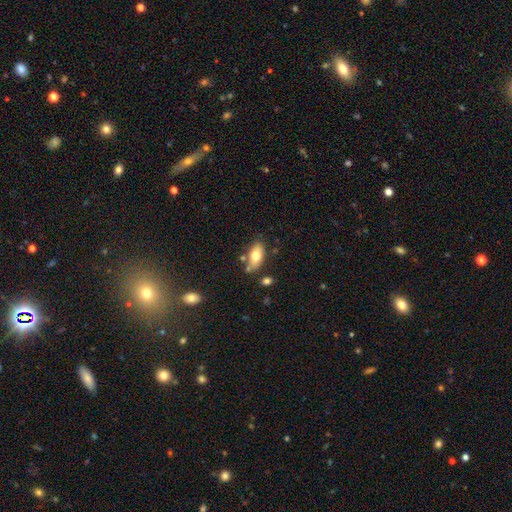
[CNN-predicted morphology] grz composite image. It shows a smooth galaxy with no disk features (71%) that is in between round and cigar-shaped (89%). Merging: none (71%).